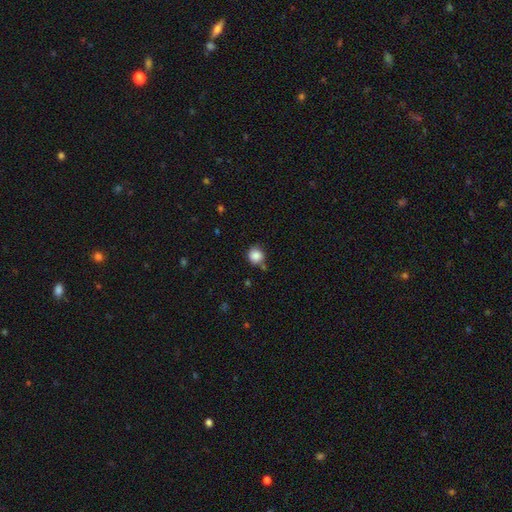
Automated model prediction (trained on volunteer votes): This is clearly a smooth galaxy (86%). How rounded: clearly round (91%). Merging: likely none (71%).